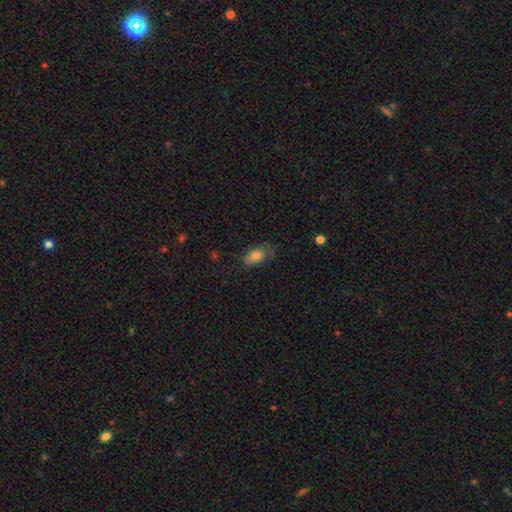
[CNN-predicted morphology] A smooth galaxy with no disk features (79%) that is in between round and cigar-shaped (88%).

Vote fractions:
- Smooth or featured? smooth: 79% / featured or disk: 12% / star or artifact: 9%
- How rounded? in between: 88% / round: 7% / cigar-shaped: 5%
- Merging? none: 57% / minor disturbance: 28% / major disturbance: 13% / merger: 2%